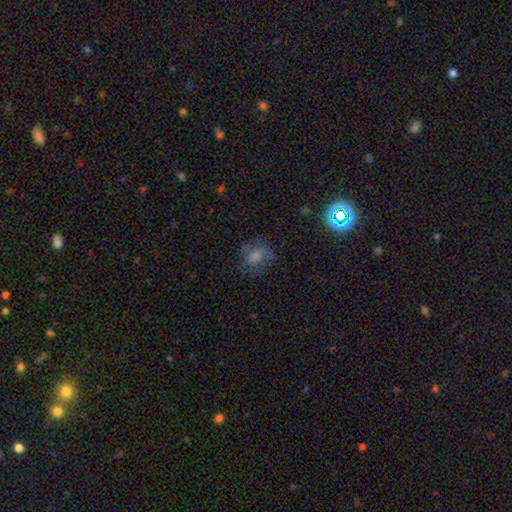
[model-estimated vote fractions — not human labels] Smooth or featured: smooth — 54% (featured or disk — 32%)
How rounded: round — 53% (in between — 46%)
Merging: none — 57% (minor disturbance — 22%)